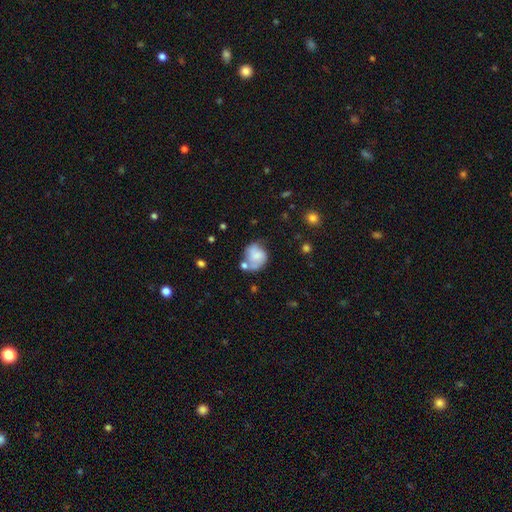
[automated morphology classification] smooth-or-featured: smooth: 55% | featured or disk: 36% | star or artifact: 9%
  how-rounded: round: 59% | in between: 40% | cigar-shaped: 1%
  merging: none: 36% | minor disturbance: 26% | merger: 20% | major disturbance: 18%